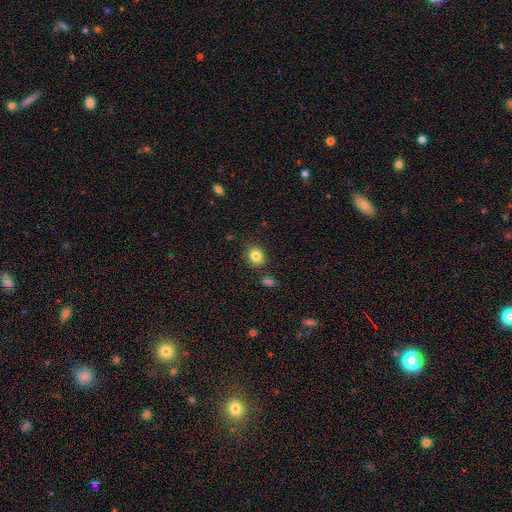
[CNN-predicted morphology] Smooth or featured? Predicted: smooth (p=0.83). How rounded? Predicted: round (p=0.67). Merging? Predicted: none (p=0.84).